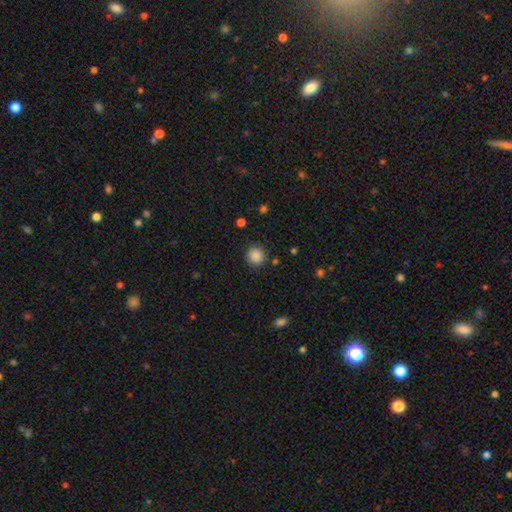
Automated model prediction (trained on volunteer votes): A smooth galaxy with no disk features (87%) that is round (94%).

Vote fractions:
- Smooth or featured? smooth: 87% / star or artifact: 10% / featured or disk: 3%
- How rounded? round: 94% / in between: 5% / cigar-shaped: 1%
- Merging? none: 88% / minor disturbance: 8% / major disturbance: 3% / merger: 2%